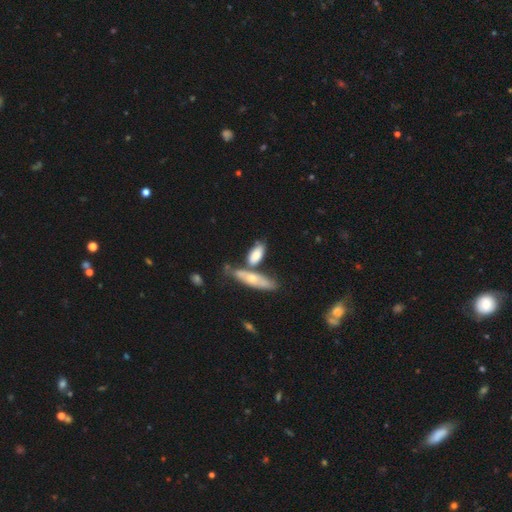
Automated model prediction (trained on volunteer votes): Smooth or featured: smooth — 67% (featured or disk — 26%)
How rounded: in between — 70% (cigar-shaped — 26%)
Merging: none — 42% (merger — 36%)